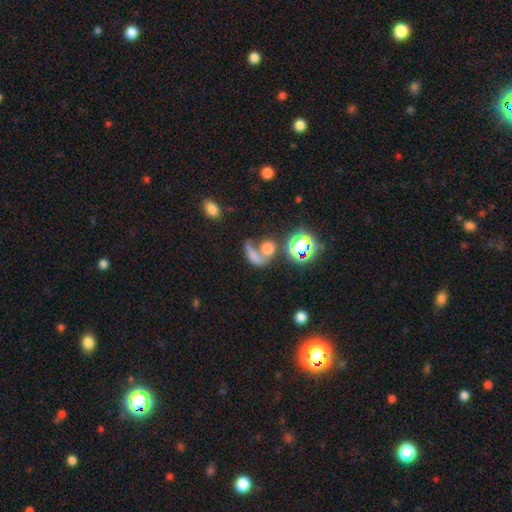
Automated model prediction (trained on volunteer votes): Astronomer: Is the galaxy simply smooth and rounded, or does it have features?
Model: smooth — 57%.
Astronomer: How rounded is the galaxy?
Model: in between — 55% (runner-up: round, 40%).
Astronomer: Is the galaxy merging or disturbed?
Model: merger — 50%.